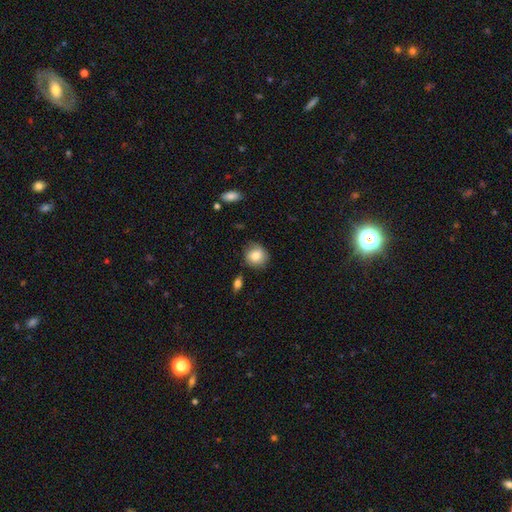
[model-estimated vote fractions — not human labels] Overall: smooth (81%). How rounded: round (84%). Merging: none (79%).